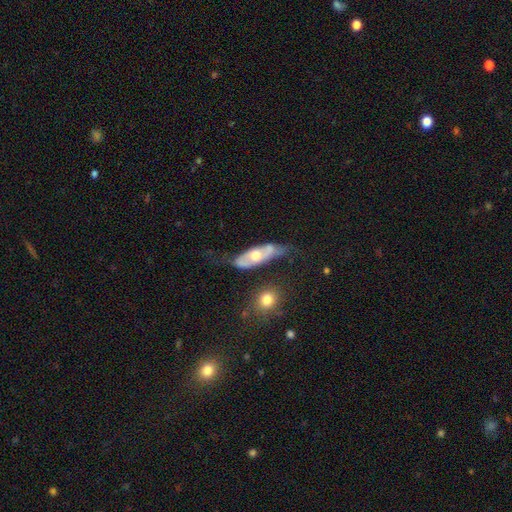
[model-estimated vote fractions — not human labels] A featured or disk galaxy (59%).

Vote fractions:
- Smooth or featured? featured or disk: 59% / smooth: 35% / star or artifact: 6%
- Edge-on disk? no: 70% / yes: 30%
- Merging? none: 44% / minor disturbance: 29% / major disturbance: 18% / merger: 8%